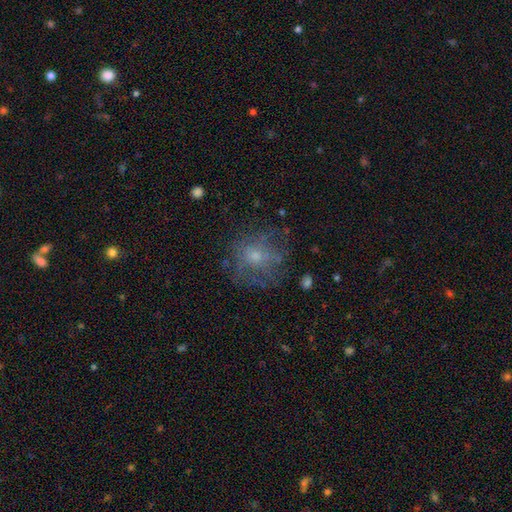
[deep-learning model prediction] Smooth or featured? Predicted: smooth (p=0.44). Merging? Predicted: none (p=0.62).